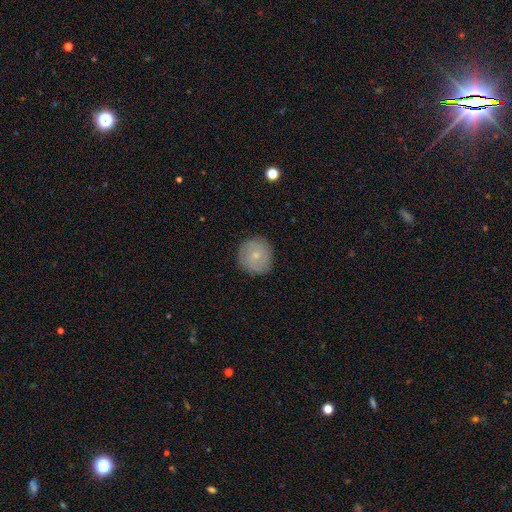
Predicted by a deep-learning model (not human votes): Q: Smooth or featured?
A: smooth (58%); runner-up: featured or disk (34%)
Q: How rounded?
A: round (93%); runner-up: in between (6%)
Q: Merging?
A: none (87%); runner-up: minor disturbance (10%)